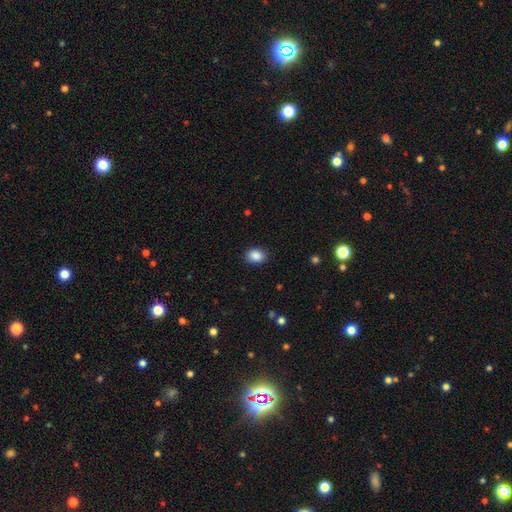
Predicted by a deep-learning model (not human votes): A smooth galaxy with no disk features (89%) that is in between round and cigar-shaped (63%). Merging: none (89%).